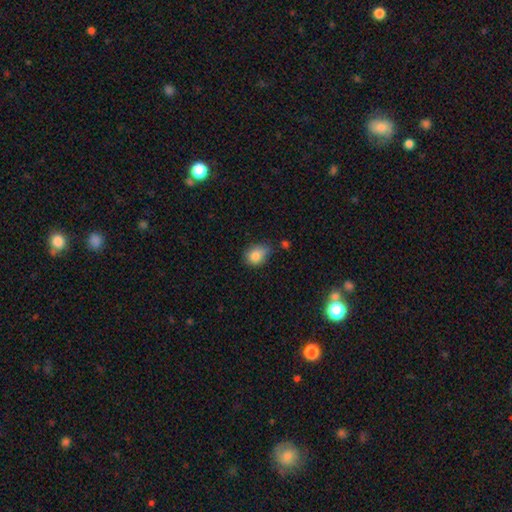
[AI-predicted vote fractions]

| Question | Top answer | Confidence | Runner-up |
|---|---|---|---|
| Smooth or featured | smooth | 83% | star or artifact (10%) |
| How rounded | in between | 62% | round (37%) |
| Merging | none | 51% | minor disturbance (37%) |